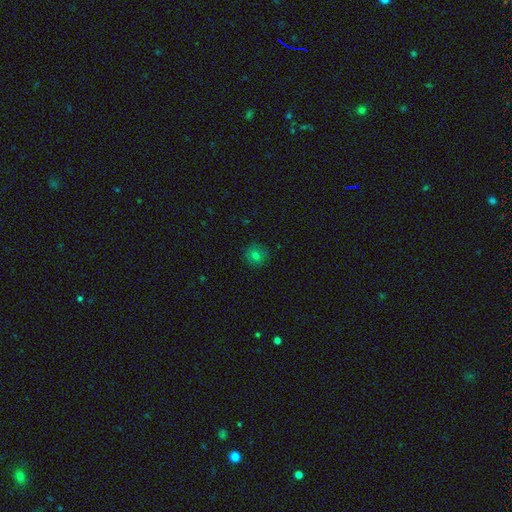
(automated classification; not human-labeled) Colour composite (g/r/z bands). It shows a smooth galaxy with no disk features (76%) that is round (92%). Merging: none (87%).